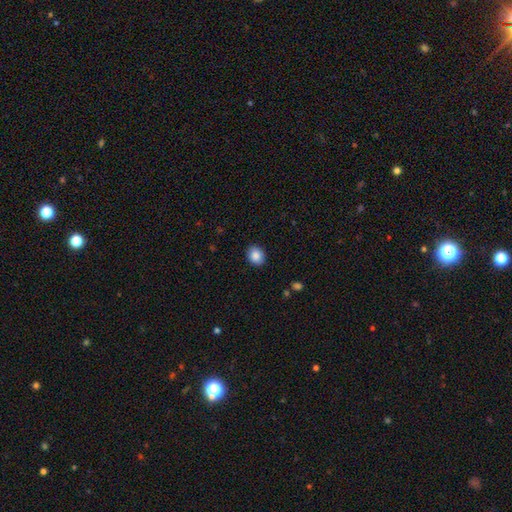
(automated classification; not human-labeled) Smooth or featured?
  - smooth: 87% *
  - star or artifact: 8%
  - featured or disk: 5%
How rounded?
  - round: 56% *
  - in between: 43%
  - cigar-shaped: 1%
Merging?
  - none: 89% *
  - minor disturbance: 8%
  - major disturbance: 2%
  - merger: 1%